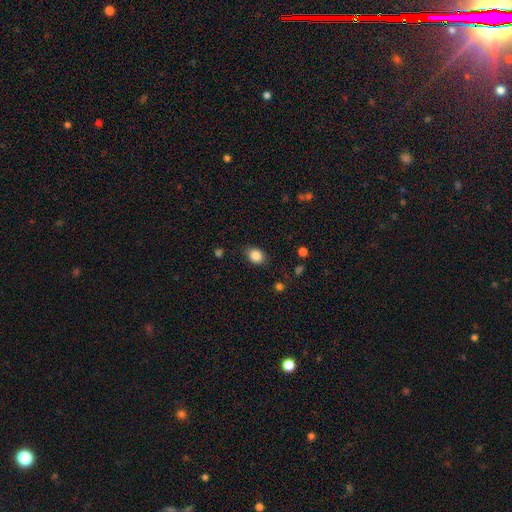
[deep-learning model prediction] smooth 86%, star or artifact 9%, featured or disk 5%. Down the decision tree: how rounded — in between (56%); merging — none (80%).